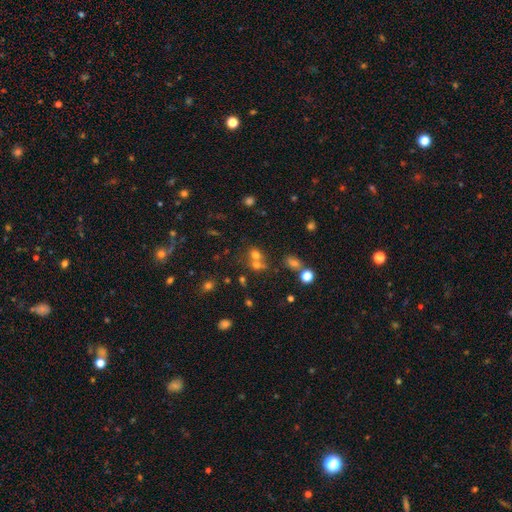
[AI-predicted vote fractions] A smooth galaxy with no disk features (63%) that is round (68%).

Vote fractions:
- Smooth or featured? smooth: 63% / star or artifact: 23% / featured or disk: 14%
- How rounded? round: 68% / in between: 31% / cigar-shaped: 1%
- Merging? merger: 50% / none: 38% / minor disturbance: 8% / major disturbance: 4%